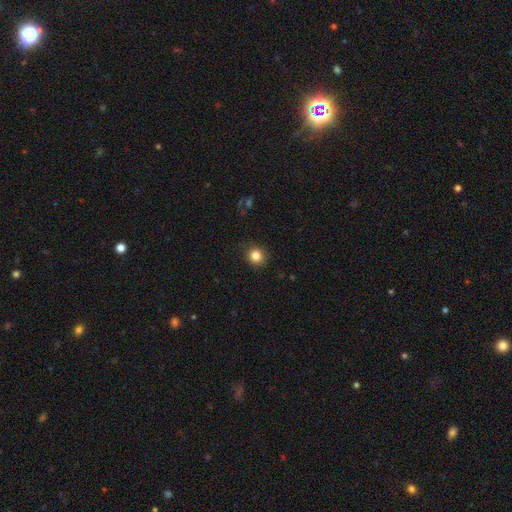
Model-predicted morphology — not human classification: The model was most divided on "smooth or featured": smooth: 84%, star or artifact: 11%, featured or disk: 5%. More confident: how rounded — round (89%); merging — none (88%).